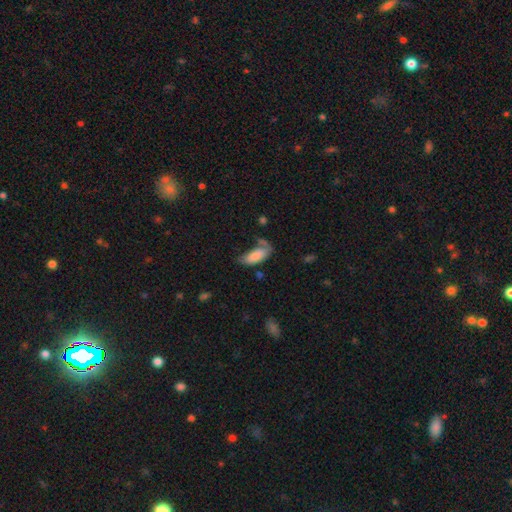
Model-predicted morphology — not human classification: A smooth galaxy with no disk features (78%) that is in between round and cigar-shaped (87%).

Vote fractions:
- Smooth or featured? smooth: 78% / featured or disk: 15% / star or artifact: 7%
- How rounded? in between: 87% / cigar-shaped: 11% / round: 2%
- Merging? none: 39% / minor disturbance: 25% / major disturbance: 24% / merger: 12%